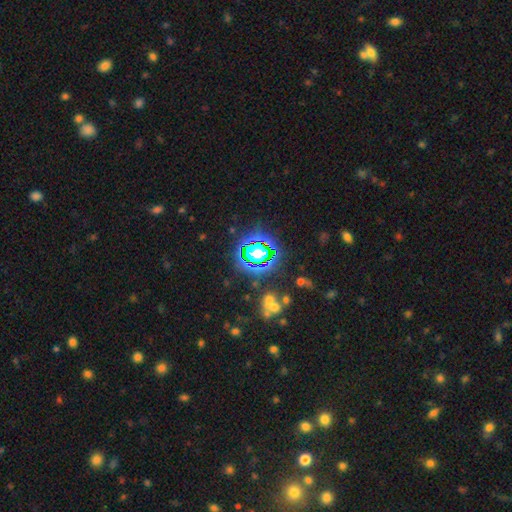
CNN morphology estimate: Q: Smooth or featured?
A: star or artifact (61%); runner-up: smooth (24%)